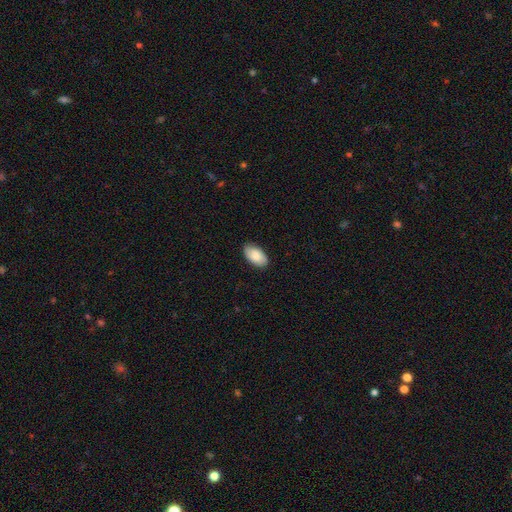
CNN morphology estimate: A smooth galaxy with no disk features (79%) that is in between round and cigar-shaped (95%). Merging: none (84%).